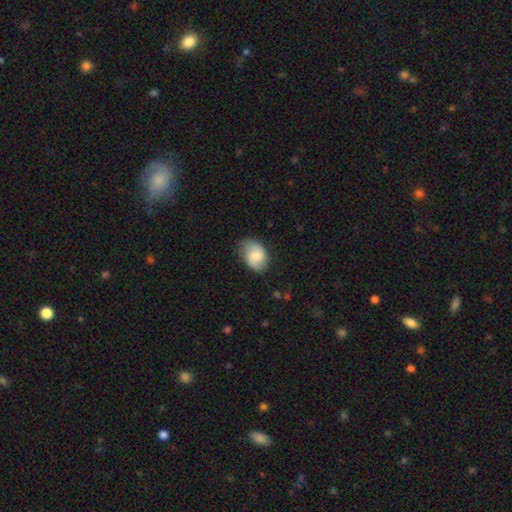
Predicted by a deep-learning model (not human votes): This is possibly a smooth galaxy (60%). How rounded: likely in between (78%). Merging: likely none (70%).